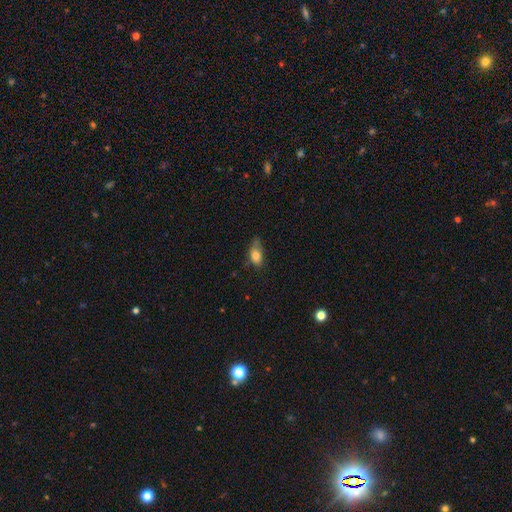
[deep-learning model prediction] smooth-or-featured: smooth: 78% | featured or disk: 13% | star or artifact: 9%
  how-rounded: in between: 83% | round: 11% | cigar-shaped: 6%
  merging: minor disturbance: 41% | none: 40% | major disturbance: 16% | merger: 3%